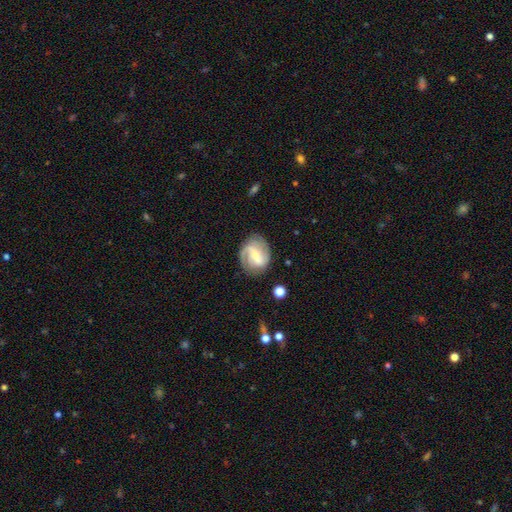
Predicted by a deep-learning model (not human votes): Smooth or featured: featured or disk — 75% (smooth — 19%)
Edge-on disk: no — 97% (yes — 3%)
Bar: weak — 47% (strong — 34%)
Spiral arms: yes — 92% (no — 8%)
Spiral winding: medium — 43% (loose — 29%)
Spiral arm count: 2 — 69% (can't tell — 13%)
Bulge size: small — 58% (moderate — 29%)
Merging: none — 73% (minor disturbance — 17%)